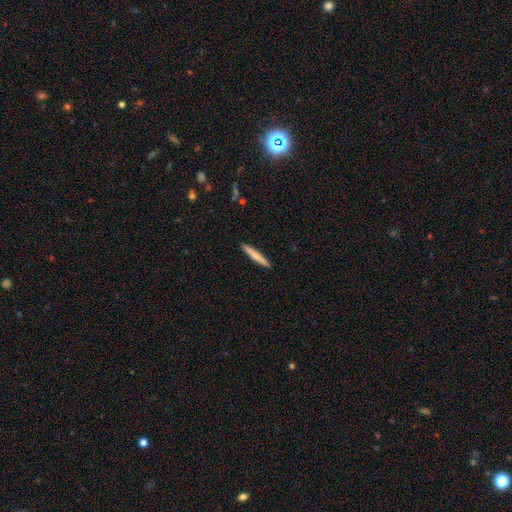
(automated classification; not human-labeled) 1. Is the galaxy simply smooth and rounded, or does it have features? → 71% smooth, 24% featured or disk, 5% star or artifact.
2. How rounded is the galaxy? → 95% cigar-shaped, 4% in between, 1% round.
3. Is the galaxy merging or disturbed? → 92% none, 5% minor disturbance, 1% major disturbance, 1% merger.